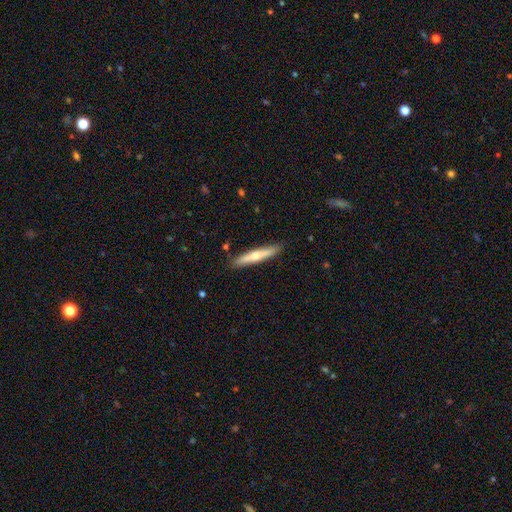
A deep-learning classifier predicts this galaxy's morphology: This appears to be a smooth galaxy with no disk features (54%) that is cigar-shaped (92%). Merging: none (86%).